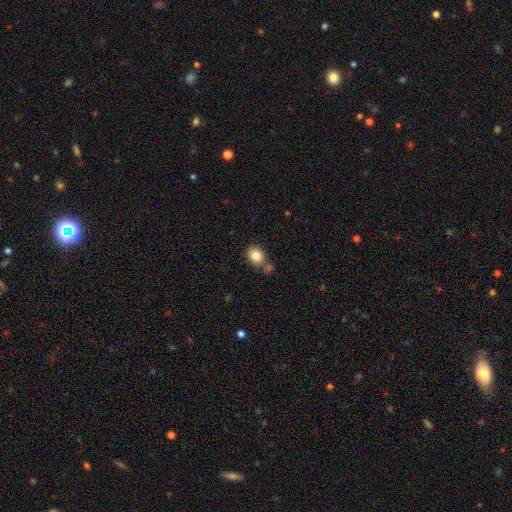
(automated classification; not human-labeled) smooth_or_featured: smooth (p=0.84) [alt: star or artifact p=0.09]
how_rounded: round (p=0.59) [alt: in between p=0.40]
merging: none (p=0.60) [alt: merger p=0.23]